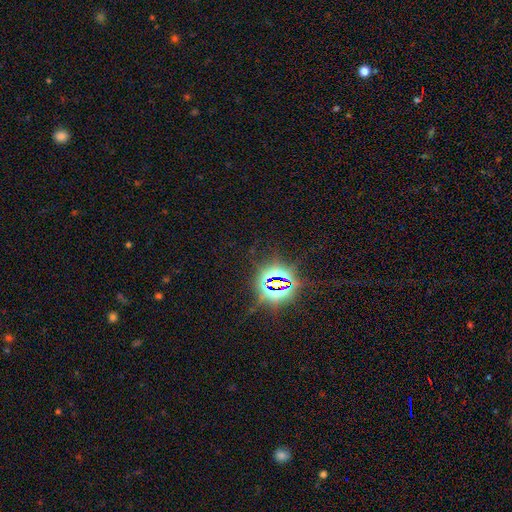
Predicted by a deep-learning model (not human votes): Q: Smooth or featured?
A: star or artifact (83%); runner-up: smooth (10%)